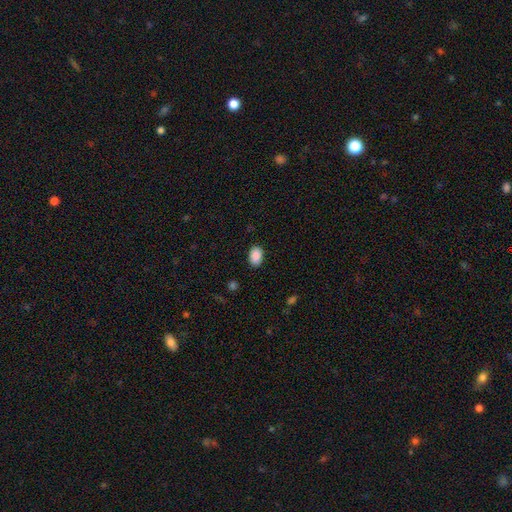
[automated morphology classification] Smooth or featured?
  - smooth: 90% *
  - star or artifact: 7%
  - featured or disk: 3%
How rounded?
  - in between: 88% *
  - round: 10%
  - cigar-shaped: 1%
Merging?
  - none: 87% *
  - minor disturbance: 10%
  - major disturbance: 2%
  - merger: 1%